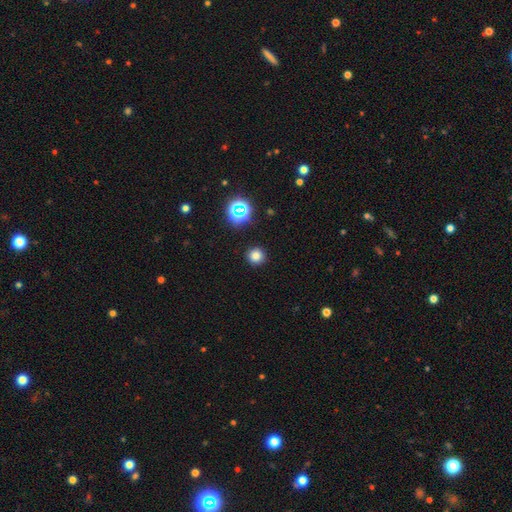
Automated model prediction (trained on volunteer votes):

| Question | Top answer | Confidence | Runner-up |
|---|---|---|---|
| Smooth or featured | smooth | 78% | star or artifact (17%) |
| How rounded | round | 94% | in between (5%) |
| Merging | none | 91% | minor disturbance (5%) |